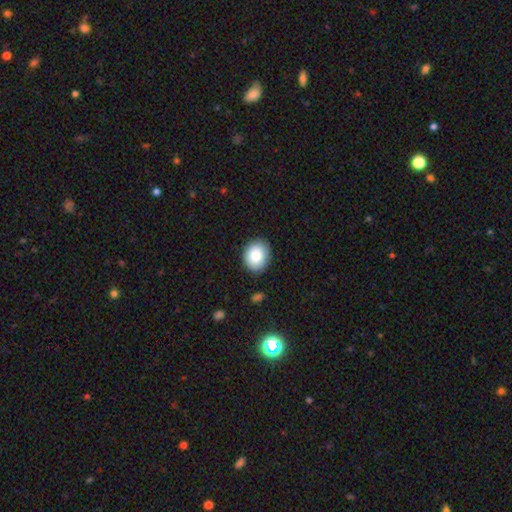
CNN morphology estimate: This is clearly a smooth galaxy (84%). How rounded: possibly round (60%). Merging: clearly none (86%).